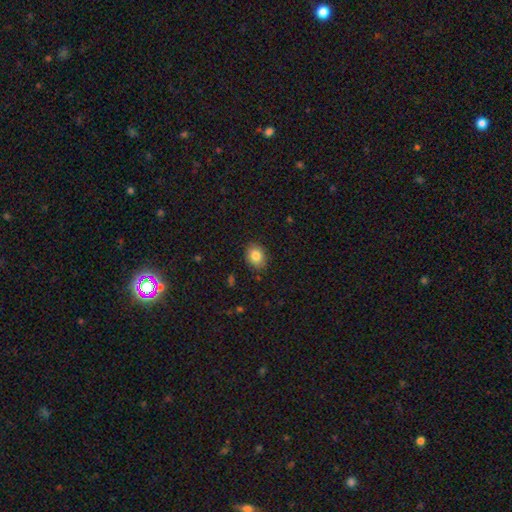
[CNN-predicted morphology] The model was most divided on "how rounded": in between: 55%, round: 44%, cigar-shaped: 1%. More confident: merging — none (87%); smooth or featured — smooth (85%).